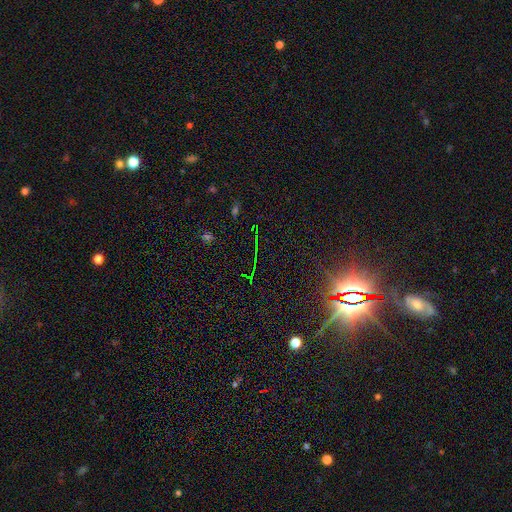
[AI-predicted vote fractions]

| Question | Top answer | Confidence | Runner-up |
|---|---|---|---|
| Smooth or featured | star or artifact | 80% | smooth (11%) |